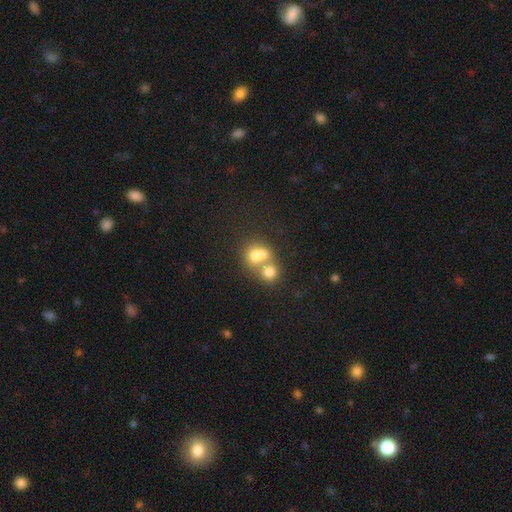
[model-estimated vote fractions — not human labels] This is likely a smooth galaxy (70%). How rounded: possibly round (58%). Merging: likely merger (64%).